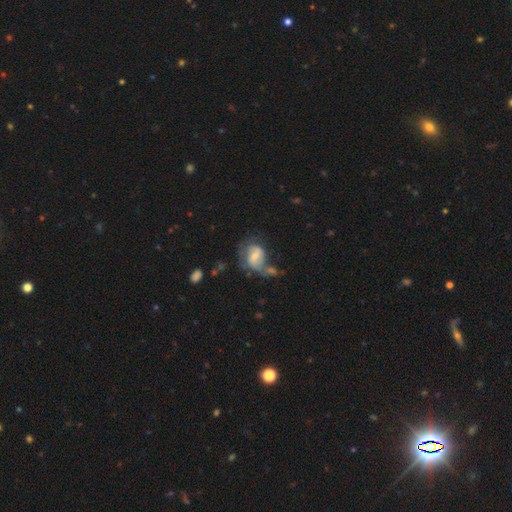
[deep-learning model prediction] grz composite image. It shows a featured or disk galaxy (56%) with a weak bar (46%), spiral arms (65%) and a moderate central bulge (45%). Merging: major disturbance (29%).